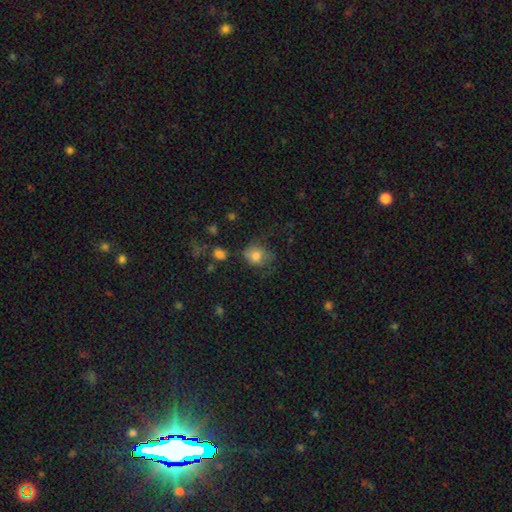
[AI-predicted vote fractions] Smooth or featured: smooth — 78% (featured or disk — 12%)
How rounded: round — 69% (in between — 30%)
Merging: none — 50% (minor disturbance — 26%)